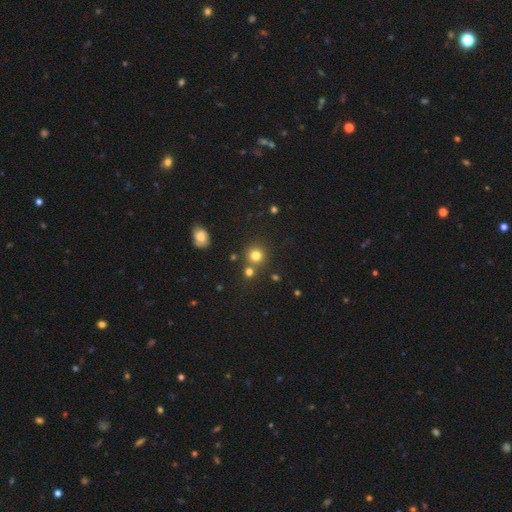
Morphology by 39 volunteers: This appears to be a smooth galaxy with no disk features (85%) that is round (91%). Merging: none (74%).